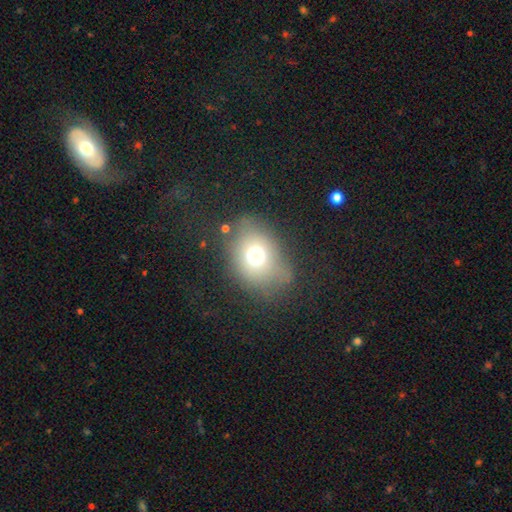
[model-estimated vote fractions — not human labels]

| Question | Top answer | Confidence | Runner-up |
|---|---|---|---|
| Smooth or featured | smooth | 68% | star or artifact (17%) |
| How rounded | in between | 53% | round (46%) |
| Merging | none | 62% | minor disturbance (21%) |